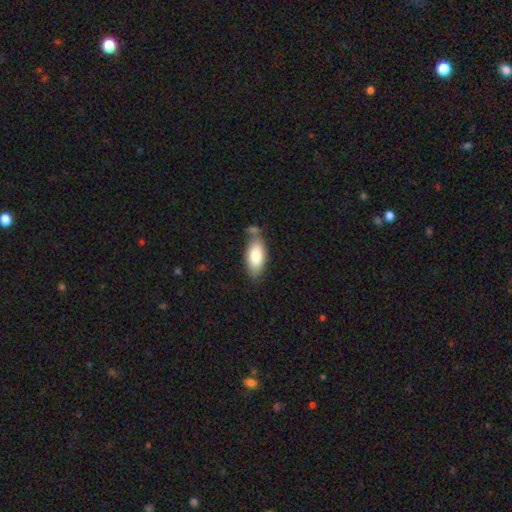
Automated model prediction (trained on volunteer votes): smooth 79%, featured or disk 15%, star or artifact 6%. Down the decision tree: how rounded — in between (87%); merging — none (58%).